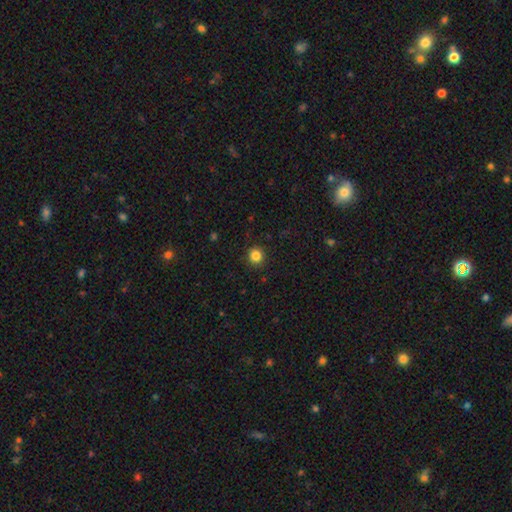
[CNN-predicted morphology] smooth-or-featured: smooth: 84% | star or artifact: 12% | featured or disk: 4%
  how-rounded: round: 92% | in between: 7% | cigar-shaped: 1%
  merging: none: 92% | minor disturbance: 6% | major disturbance: 2% | merger: 1%